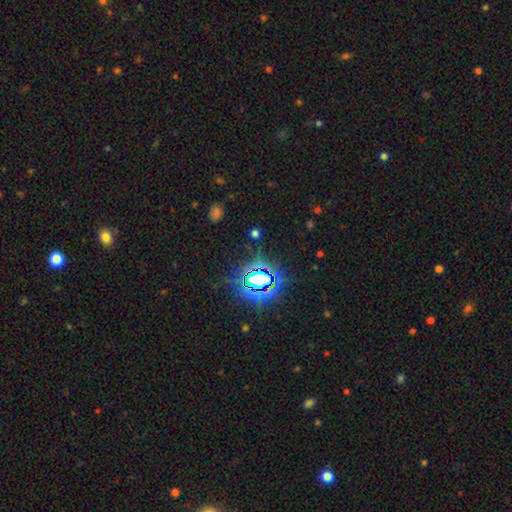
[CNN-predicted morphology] Smooth or featured? Predicted: star or artifact (p=0.82).